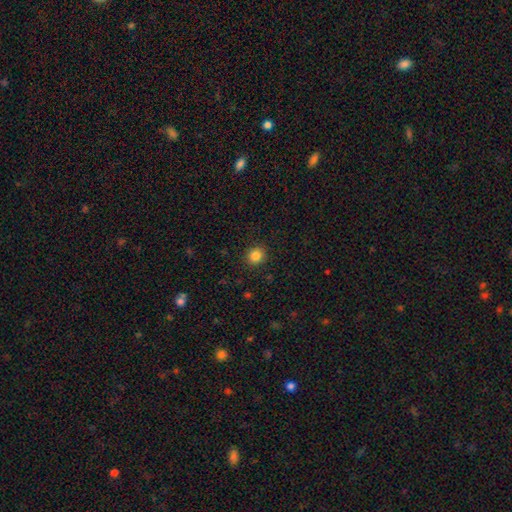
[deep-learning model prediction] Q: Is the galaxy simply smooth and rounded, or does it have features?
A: smooth — 85%.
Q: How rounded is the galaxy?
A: round — 90%.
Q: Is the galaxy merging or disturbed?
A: none — 91%.